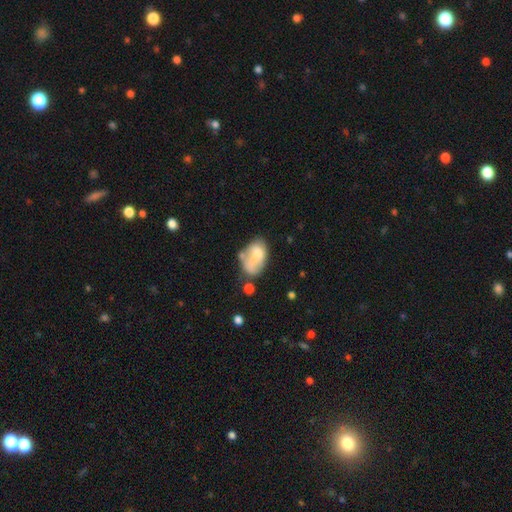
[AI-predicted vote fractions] Smooth or featured? smooth (64%)
How rounded? in between (87%)
Merging? merger (30%)